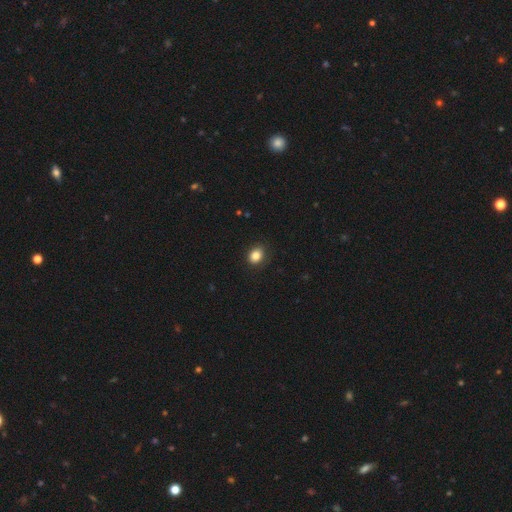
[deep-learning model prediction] Smooth or featured?
  - smooth: 85% *
  - star or artifact: 10%
  - featured or disk: 5%
How rounded?
  - in between: 53% *
  - round: 46%
  - cigar-shaped: 1%
Merging?
  - none: 86% *
  - minor disturbance: 11%
  - major disturbance: 2%
  - merger: 1%